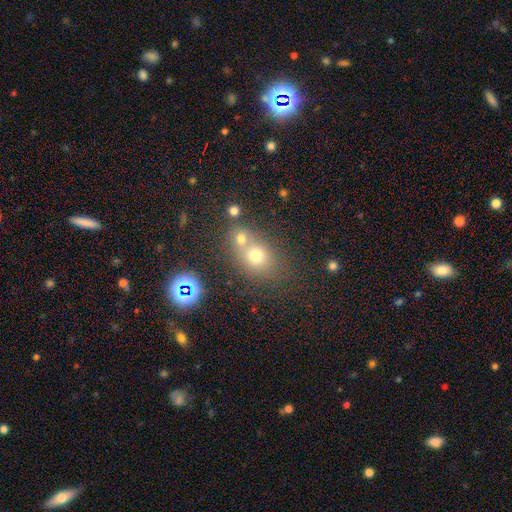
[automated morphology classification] Q: Smooth or featured?
A: smooth (66%); runner-up: star or artifact (20%)
Q: How rounded?
A: round (62%); runner-up: in between (37%)
Q: Merging?
A: none (46%); runner-up: merger (41%)